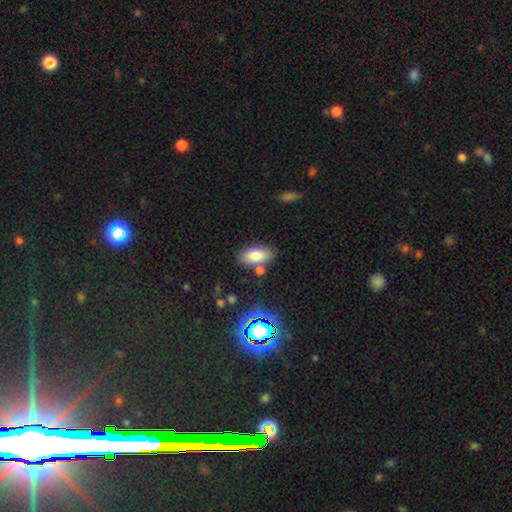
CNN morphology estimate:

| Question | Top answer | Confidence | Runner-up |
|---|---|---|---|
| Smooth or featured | smooth | 79% | featured or disk (11%) |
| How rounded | in between | 89% | cigar-shaped (7%) |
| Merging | none | 73% | minor disturbance (12%) |